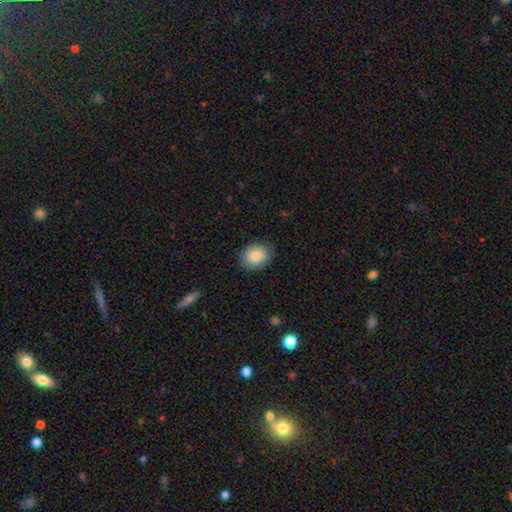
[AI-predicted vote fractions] smooth 88%, star or artifact 7%, featured or disk 5%. Down the decision tree: how rounded — in between (52%); merging — none (86%).